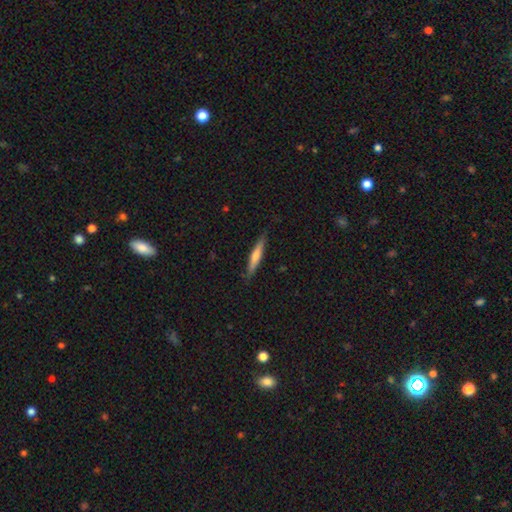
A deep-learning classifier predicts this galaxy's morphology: Smooth or featured?
  - smooth: 55% *
  - featured or disk: 39%
  - star or artifact: 6%
How rounded?
  - cigar-shaped: 93% *
  - in between: 6%
  - round: 1%
Merging?
  - none: 88% *
  - minor disturbance: 9%
  - major disturbance: 2%
  - merger: 1%